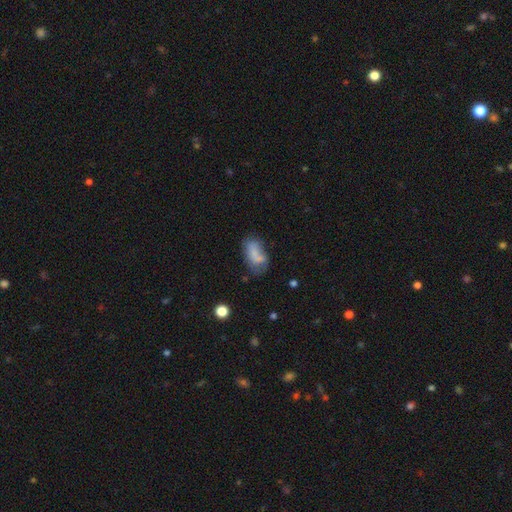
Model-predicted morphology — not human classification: A smooth galaxy with no disk features (66%) that is in between round and cigar-shaped (90%). Merging: none (37%).